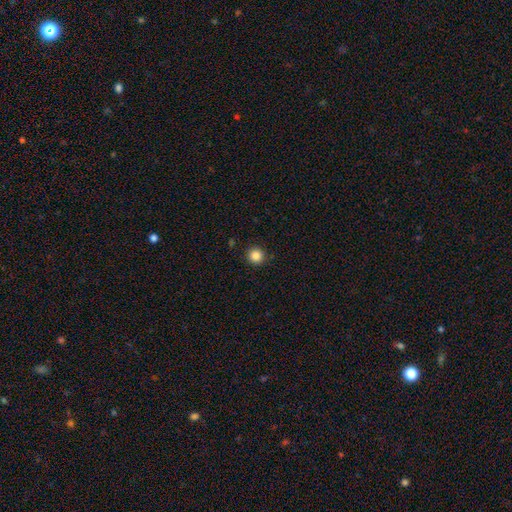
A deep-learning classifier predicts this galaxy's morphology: Overall: smooth (86%). How rounded: round (95%). Merging: none (92%).